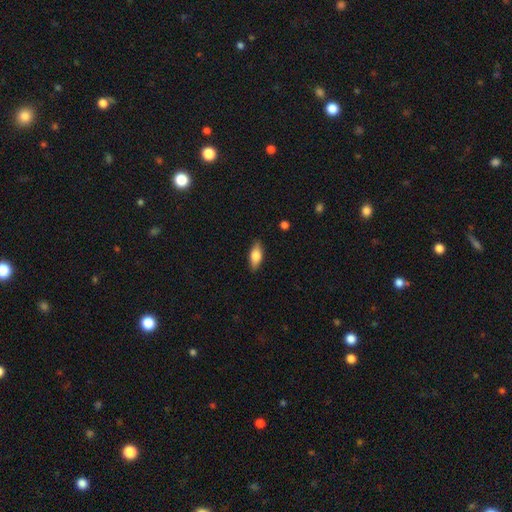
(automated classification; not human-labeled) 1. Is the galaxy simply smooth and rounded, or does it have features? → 67% smooth, 26% featured or disk, 7% star or artifact.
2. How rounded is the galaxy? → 78% in between, 18% cigar-shaped, 4% round.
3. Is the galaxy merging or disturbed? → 87% none, 10% minor disturbance, 2% major disturbance, 1% merger.